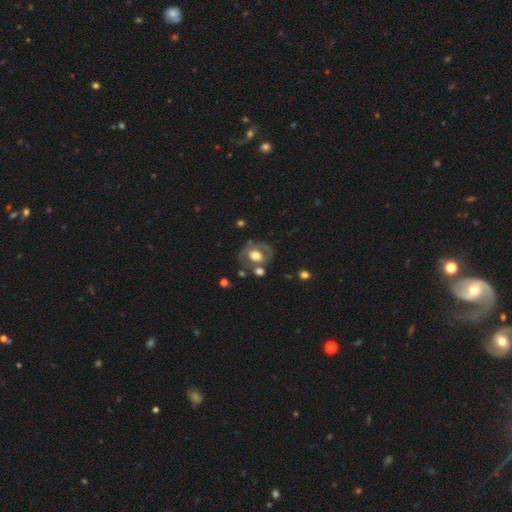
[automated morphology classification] Q: Smooth or featured?
A: featured or disk (52%); runner-up: smooth (41%)
Q: Edge-on disk?
A: no (94%); runner-up: yes (6%)
Q: Merging?
A: none (57%); runner-up: minor disturbance (19%)